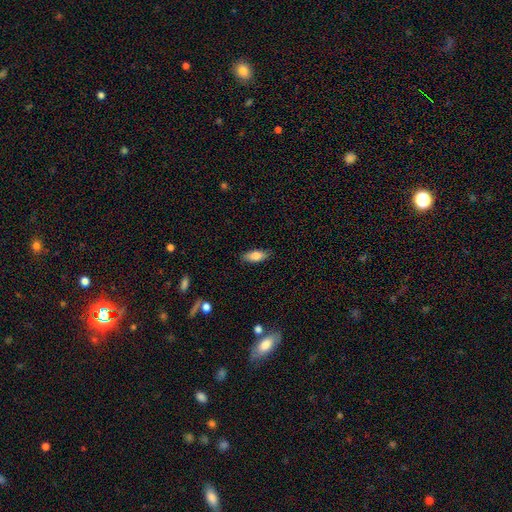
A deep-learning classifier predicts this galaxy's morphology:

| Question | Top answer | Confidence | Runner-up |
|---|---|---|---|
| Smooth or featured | smooth | 82% | featured or disk (11%) |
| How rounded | in between | 82% | cigar-shaped (15%) |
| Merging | none | 85% | minor disturbance (11%) |